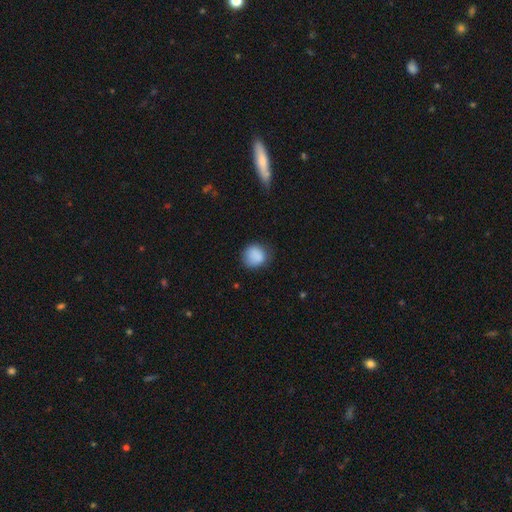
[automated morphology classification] smooth-or-featured: smooth: 86% | star or artifact: 9% | featured or disk: 5%
  how-rounded: round: 80% | in between: 19% | cigar-shaped: 1%
  merging: none: 70% | minor disturbance: 22% | major disturbance: 6% | merger: 2%